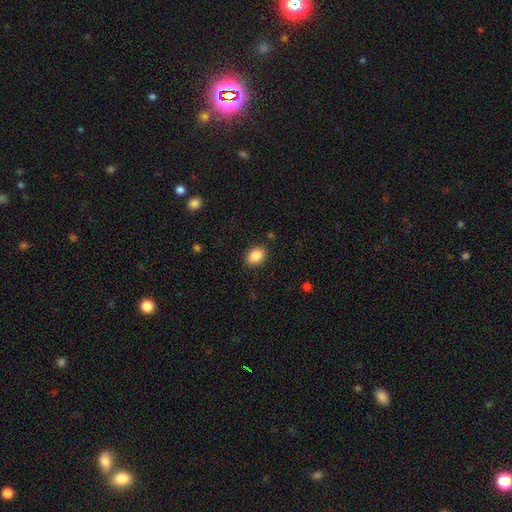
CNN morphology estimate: Smooth or featured? smooth (88%)
How rounded? in between (73%)
Merging? none (88%)